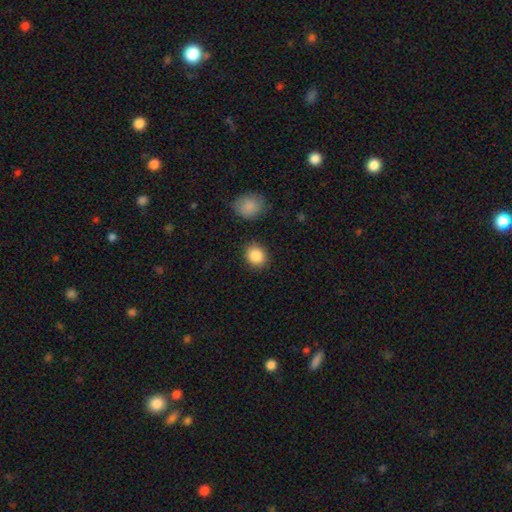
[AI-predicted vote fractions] Smooth or featured?
  - smooth: 87% *
  - star or artifact: 8%
  - featured or disk: 4%
How rounded?
  - round: 70% *
  - in between: 29%
  - cigar-shaped: 1%
Merging?
  - none: 86% *
  - minor disturbance: 8%
  - merger: 3%
  - major disturbance: 3%